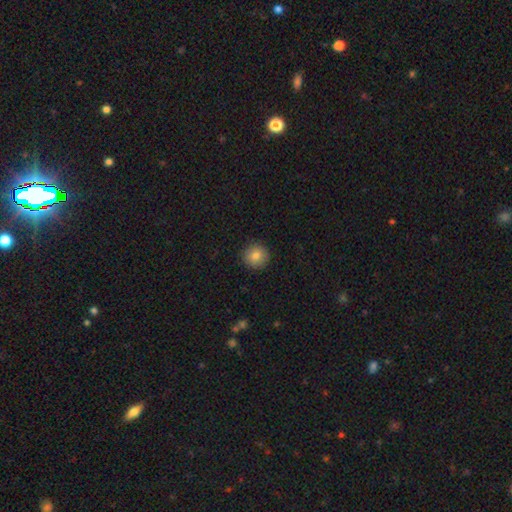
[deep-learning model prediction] smooth-or-featured: smooth: 82% | star or artifact: 10% | featured or disk: 8%
  how-rounded: round: 94% | in between: 5% | cigar-shaped: 1%
  merging: none: 92% | minor disturbance: 5% | major disturbance: 2% | merger: 1%